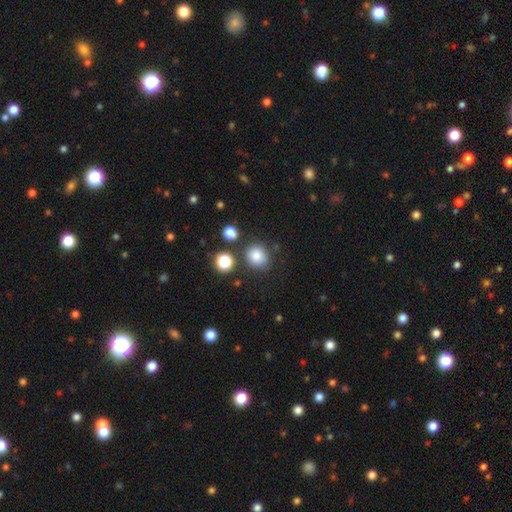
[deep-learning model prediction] Overall: smooth (81%). How rounded: round (76%). Merging: none (75%).